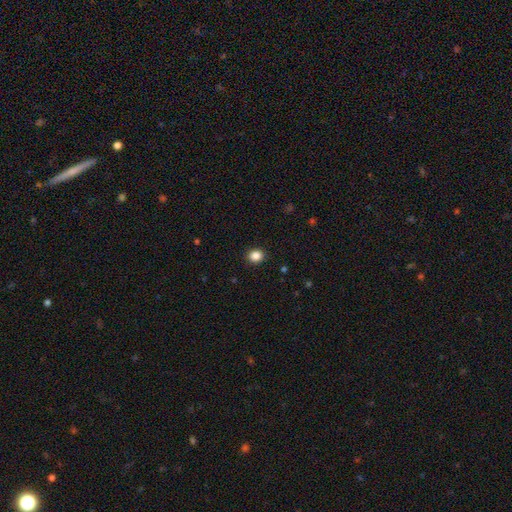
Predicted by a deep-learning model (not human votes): This is clearly a smooth galaxy (87%). How rounded: likely round (66%). Merging: clearly none (91%).